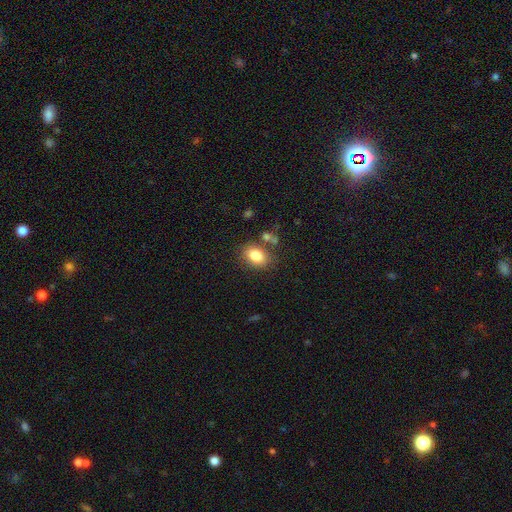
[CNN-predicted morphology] Smooth or featured: smooth — 83% (star or artifact — 9%)
How rounded: in between — 76% (round — 23%)
Merging: none — 72% (minor disturbance — 14%)